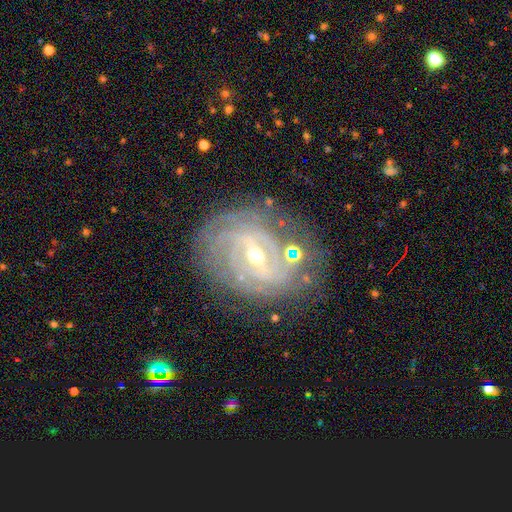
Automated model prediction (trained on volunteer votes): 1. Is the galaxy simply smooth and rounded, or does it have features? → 87% featured or disk, 7% star or artifact, 6% smooth.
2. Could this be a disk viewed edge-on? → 96% no, 4% yes.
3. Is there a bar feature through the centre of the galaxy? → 45% weak, 39% strong, 17% no.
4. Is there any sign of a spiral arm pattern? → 95% yes, 5% no.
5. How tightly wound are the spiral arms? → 73% tight, 22% medium, 5% loose.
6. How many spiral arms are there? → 33% can't tell, 19% 2, 18% 3, 17% 4, 8% more than 4, 6% 1.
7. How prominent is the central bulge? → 54% small, 42% moderate, 2% large, 1% none, 1% dominant.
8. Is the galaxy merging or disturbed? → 73% none, 16% minor disturbance, 6% major disturbance, 5% merger.